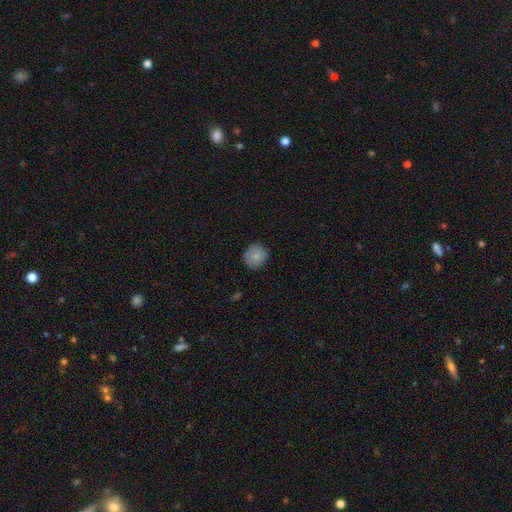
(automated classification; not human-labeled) This is clearly a smooth galaxy (82%). How rounded: clearly round (89%). Merging: clearly none (85%).